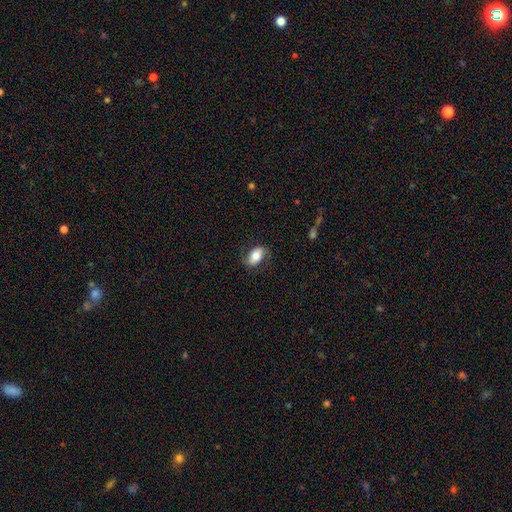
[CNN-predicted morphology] type=smooth (75%); roundness=in between (91%); merging=none (77%).